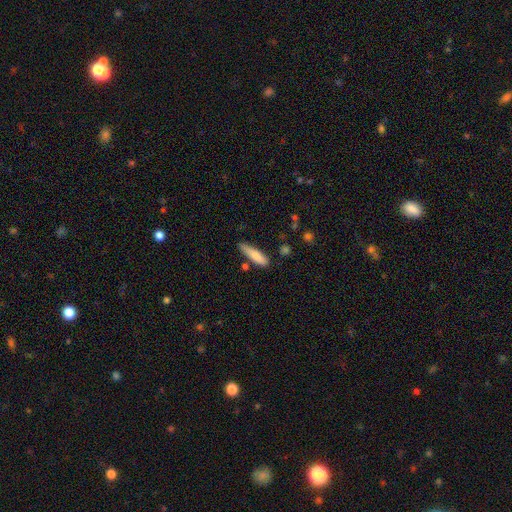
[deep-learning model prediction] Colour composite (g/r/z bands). It shows a smooth galaxy with no disk features (82%) that is cigar-shaped (76%). Merging: none (72%).